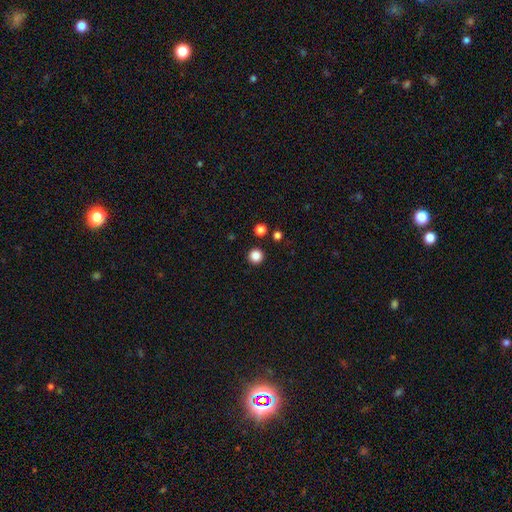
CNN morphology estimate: This is clearly a smooth galaxy (85%). How rounded: clearly round (96%). Merging: clearly none (92%).